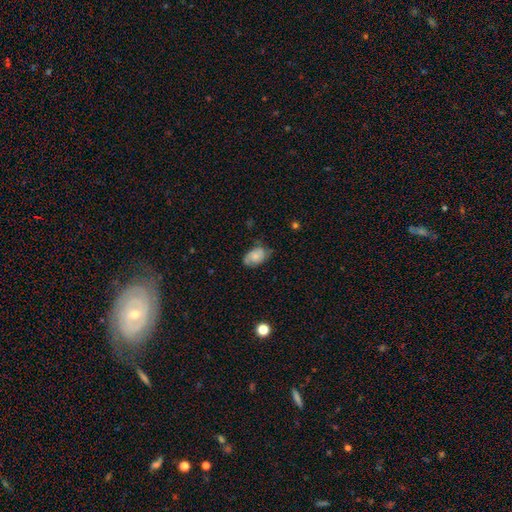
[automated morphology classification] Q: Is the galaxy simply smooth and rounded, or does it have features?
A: smooth — 61%.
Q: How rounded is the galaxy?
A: in between — 87%.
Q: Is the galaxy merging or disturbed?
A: none — 55%.